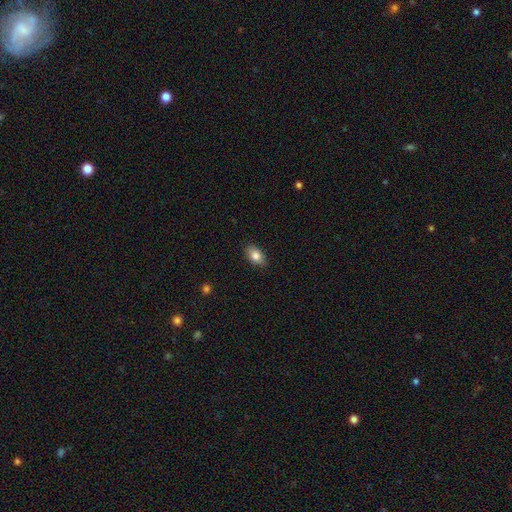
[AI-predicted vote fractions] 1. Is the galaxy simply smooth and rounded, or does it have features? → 83% smooth, 9% featured or disk, 8% star or artifact.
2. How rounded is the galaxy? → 88% in between, 10% round, 2% cigar-shaped.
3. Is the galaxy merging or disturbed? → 87% none, 10% minor disturbance, 2% major disturbance, 1% merger.